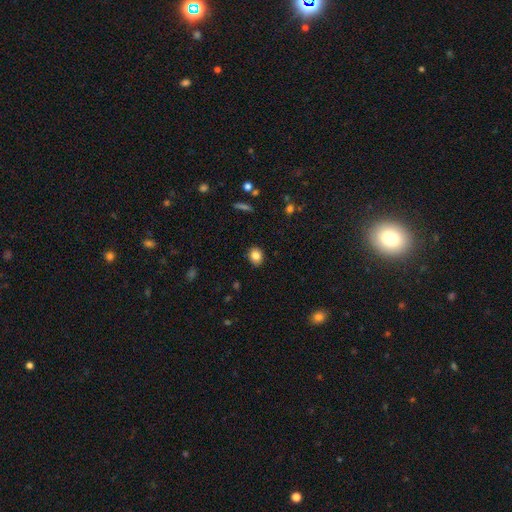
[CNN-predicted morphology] A smooth galaxy with no disk features (84%) that is round (54%). Merging: none (89%).